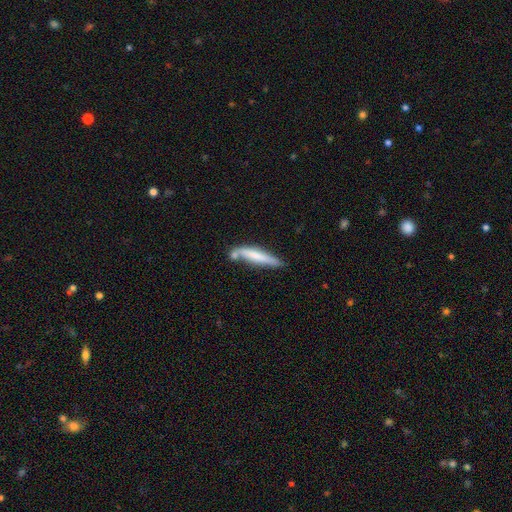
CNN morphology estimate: smooth-or-featured: smooth: 62% | featured or disk: 32% | star or artifact: 6%
  how-rounded: cigar-shaped: 89% | in between: 10% | round: 1%
  merging: none: 51% | minor disturbance: 22% | merger: 21% | major disturbance: 7%